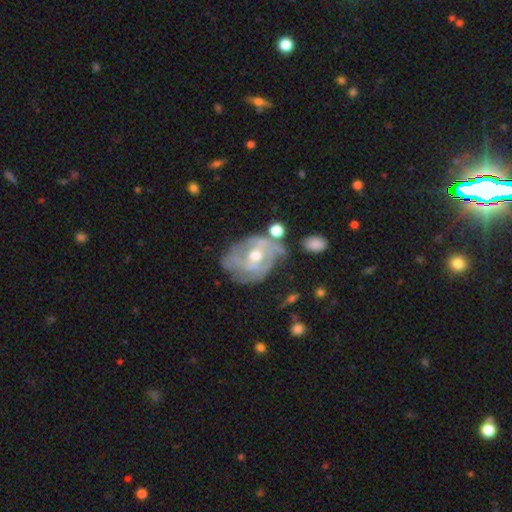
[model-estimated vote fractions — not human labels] This appears to be a featured or disk galaxy (81%) with no bar (54%), tight (52%) spiral arms (80%) and a moderate central bulge (68%). Merging: none (47%).